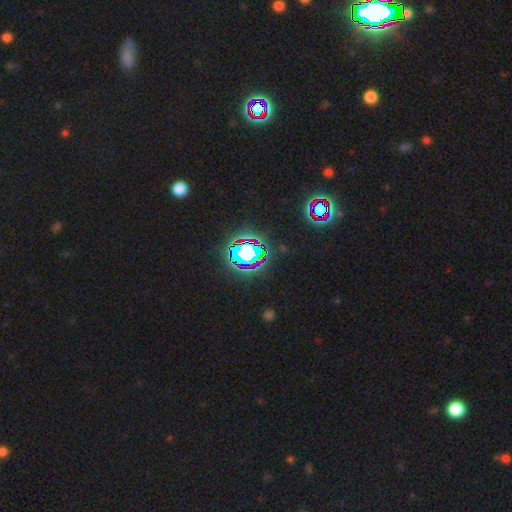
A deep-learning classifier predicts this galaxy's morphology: This appears to be a star or artifact, not a galaxy (68%).